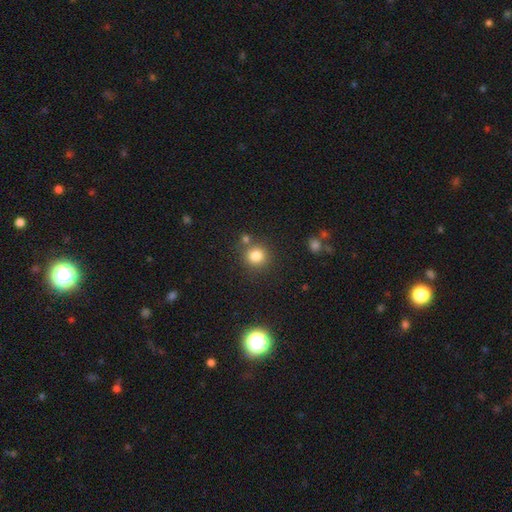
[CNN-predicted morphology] Smooth or featured?
  - smooth: 81% *
  - star or artifact: 12%
  - featured or disk: 6%
How rounded?
  - round: 91% *
  - in between: 8%
  - cigar-shaped: 1%
Merging?
  - none: 75% *
  - merger: 13%
  - minor disturbance: 9%
  - major disturbance: 3%